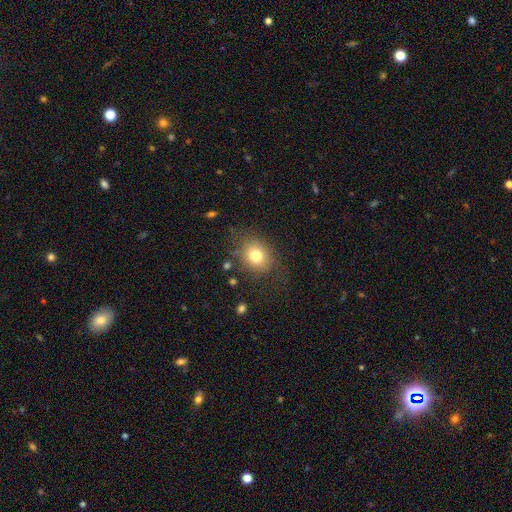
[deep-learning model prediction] This appears to be a smooth galaxy with no disk features (75%) that is round (63%). Merging: none (69%).